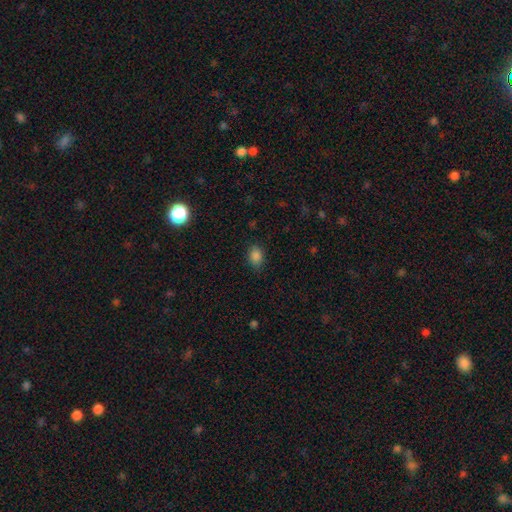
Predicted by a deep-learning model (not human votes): Smooth or featured?
  - smooth: 83% *
  - star or artifact: 13%
  - featured or disk: 4%
How rounded?
  - in between: 63% *
  - round: 36%
  - cigar-shaped: 1%
Merging?
  - none: 82% *
  - minor disturbance: 14%
  - major disturbance: 3%
  - merger: 1%